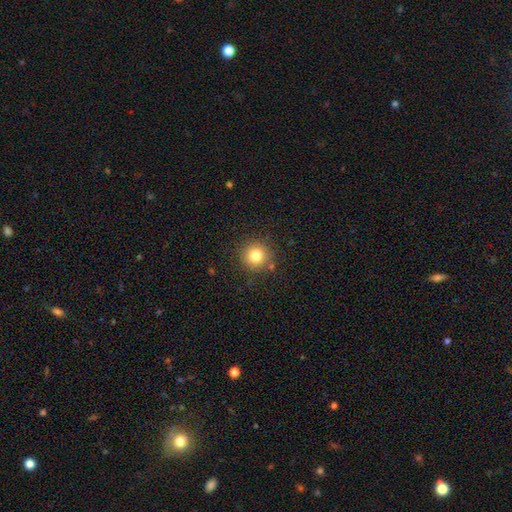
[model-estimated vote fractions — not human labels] This is likely a smooth galaxy (80%). How rounded: clearly round (95%). Merging: clearly none (87%).